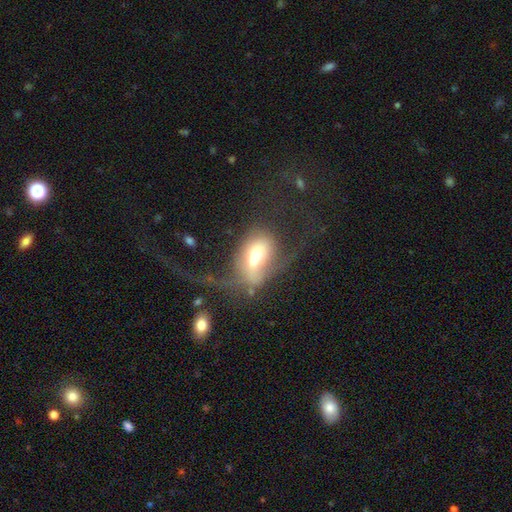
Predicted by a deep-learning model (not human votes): Smooth or featured: featured or disk — 47% (smooth — 43%)
Merging: major disturbance — 40% (merger — 30%)